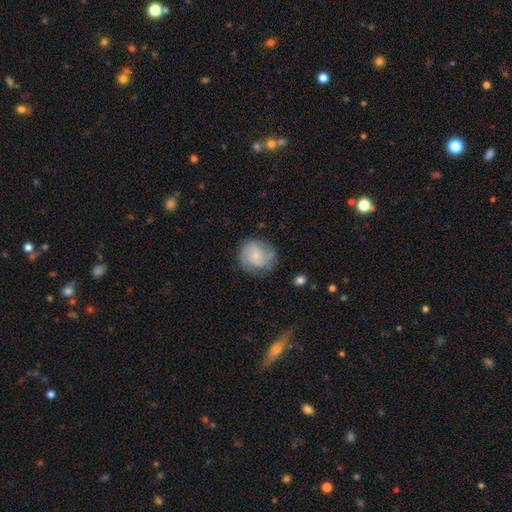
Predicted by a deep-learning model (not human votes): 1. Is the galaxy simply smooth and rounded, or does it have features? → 50% smooth, 42% featured or disk, 8% star or artifact.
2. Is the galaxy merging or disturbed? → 64% none, 24% minor disturbance, 10% major disturbance, 3% merger.